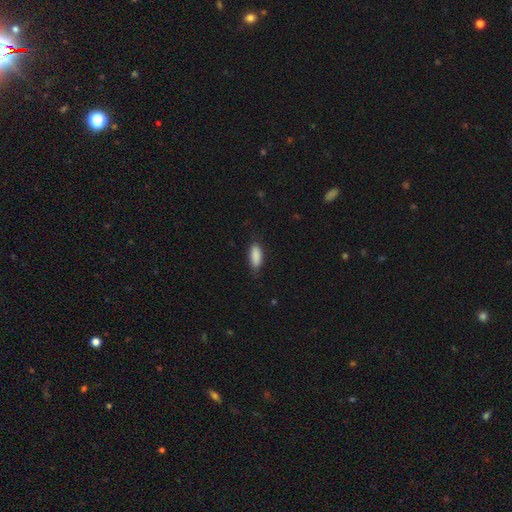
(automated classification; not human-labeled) A smooth galaxy with no disk features (88%) that is in between round and cigar-shaped (79%). Merging: none (75%).